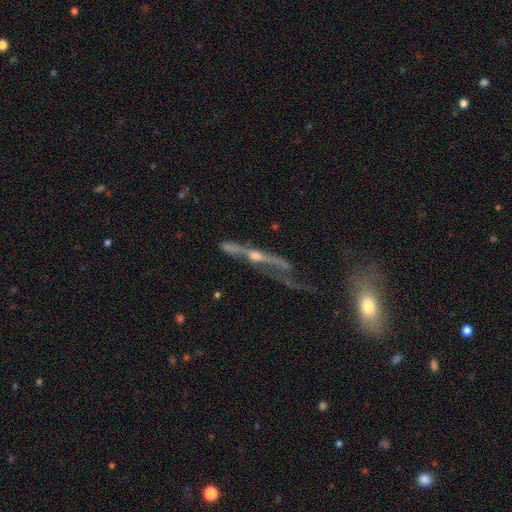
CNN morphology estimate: Smooth or featured? featured or disk (76%)
Edge-on disk? yes (77%)
Edge-on bulge? rounded (82%)
Merging? major disturbance (40%)